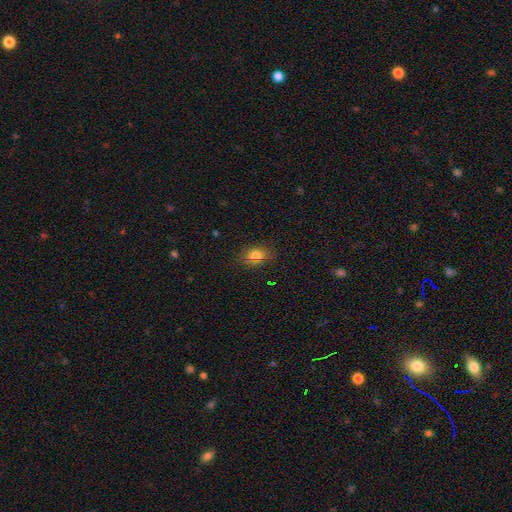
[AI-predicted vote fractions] smooth 74%, star or artifact 16%, featured or disk 10%. Down the decision tree: how rounded — in between (73%); merging — none (82%).